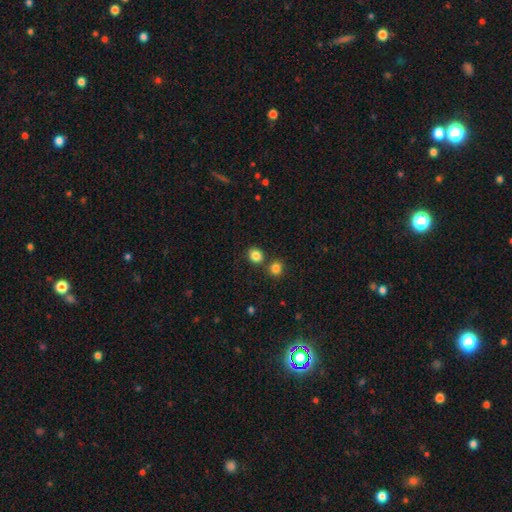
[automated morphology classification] smooth 84%, star or artifact 11%, featured or disk 5%. Down the decision tree: how rounded — round (77%); merging — none (72%).